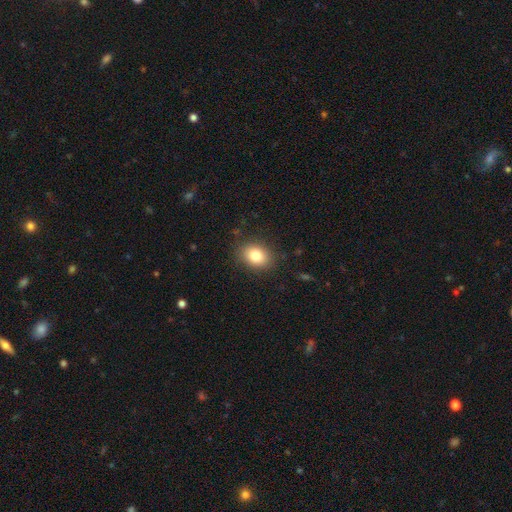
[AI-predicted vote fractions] Smooth or featured? smooth (81%)
How rounded? in between (62%)
Merging? none (86%)